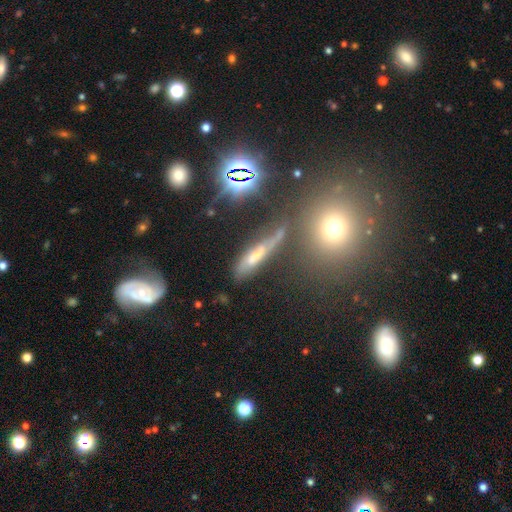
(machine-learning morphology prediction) smooth-or-featured: smooth: 41% | featured or disk: 36% | star or artifact: 24%
  merging: none: 56% | minor disturbance: 20% | major disturbance: 12% | merger: 12%